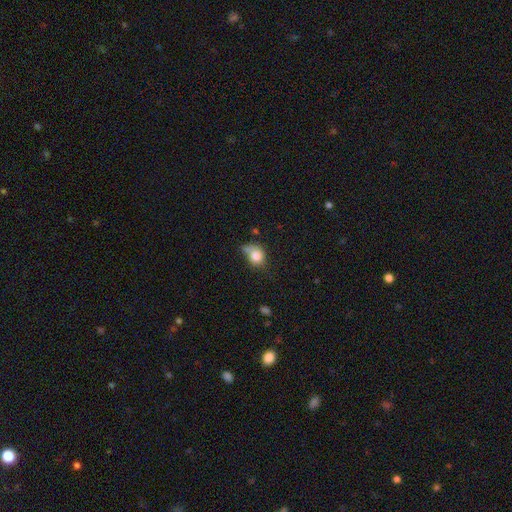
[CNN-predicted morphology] type=smooth (79%); roundness=round (59%); merging=none (38%).